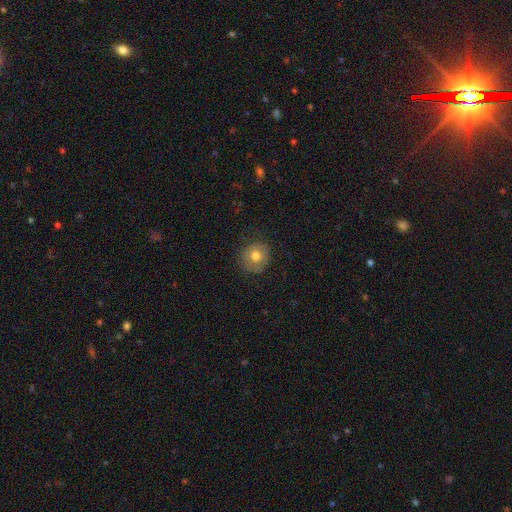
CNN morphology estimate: smooth_or_featured: smooth (p=0.73) [alt: featured or disk p=0.17]
how_rounded: round (p=0.90) [alt: in between p=0.09]
merging: none (p=0.78) [alt: minor disturbance p=0.15]